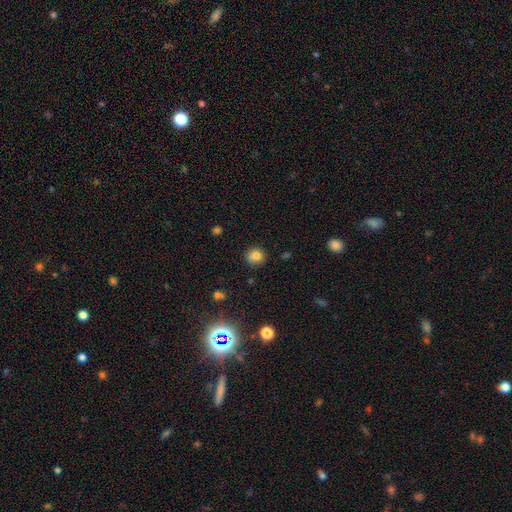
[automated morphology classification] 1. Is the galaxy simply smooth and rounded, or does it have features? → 82% smooth, 12% star or artifact, 6% featured or disk.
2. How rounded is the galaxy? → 85% round, 14% in between, 1% cigar-shaped.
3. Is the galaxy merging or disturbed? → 88% none, 8% minor disturbance, 2% major disturbance, 2% merger.